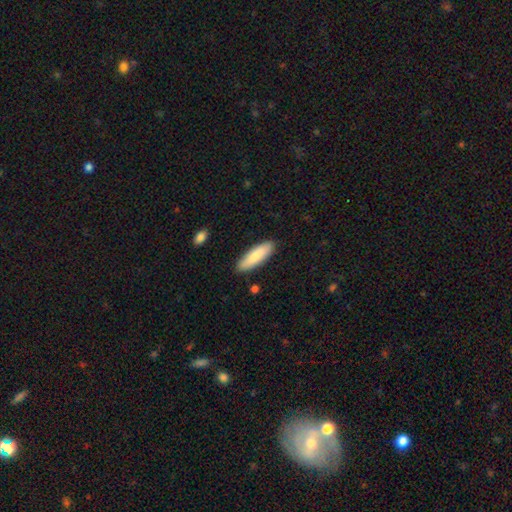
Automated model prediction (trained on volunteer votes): smooth-or-featured: smooth: 84% | featured or disk: 11% | star or artifact: 5%
  how-rounded: cigar-shaped: 54% | in between: 45% | round: 1%
  merging: none: 88% | minor disturbance: 9% | major disturbance: 2% | merger: 1%